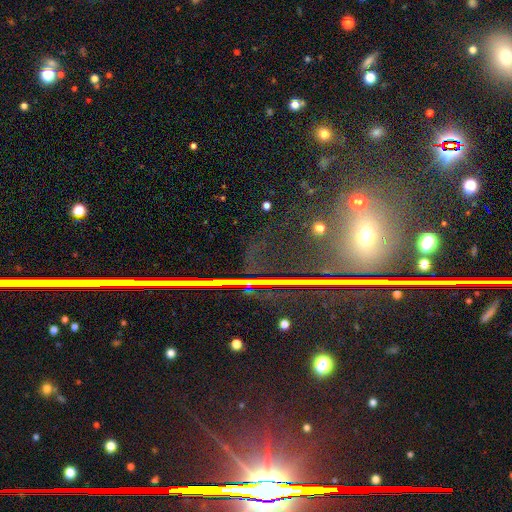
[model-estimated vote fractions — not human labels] Morphology: type=star or artifact (72%).